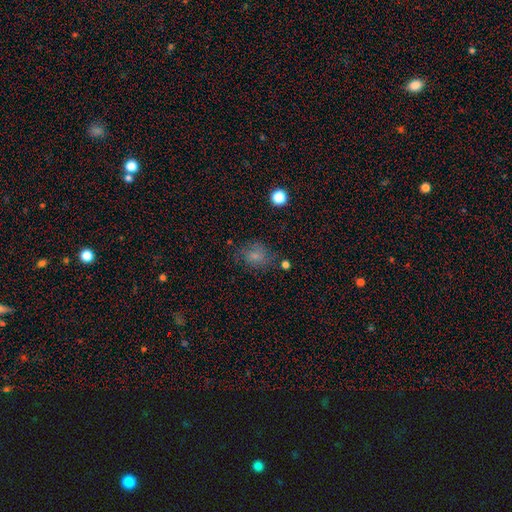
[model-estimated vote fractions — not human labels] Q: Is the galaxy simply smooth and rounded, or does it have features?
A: smooth — 70%.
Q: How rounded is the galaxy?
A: round — 58%.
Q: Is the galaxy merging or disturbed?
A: none — 66%.